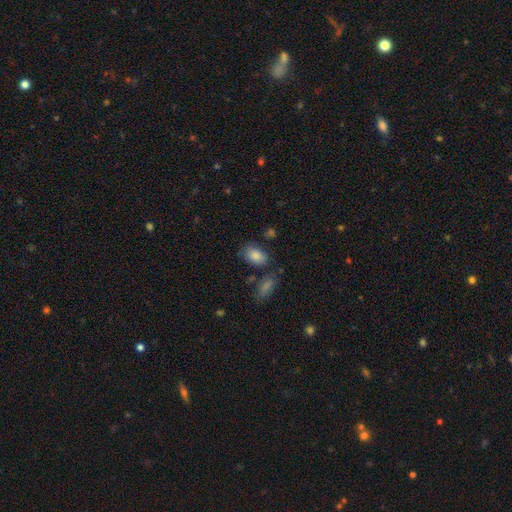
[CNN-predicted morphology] smooth 85%, featured or disk 8%, star or artifact 8%. Down the decision tree: how rounded — in between (88%); merging — none (68%).